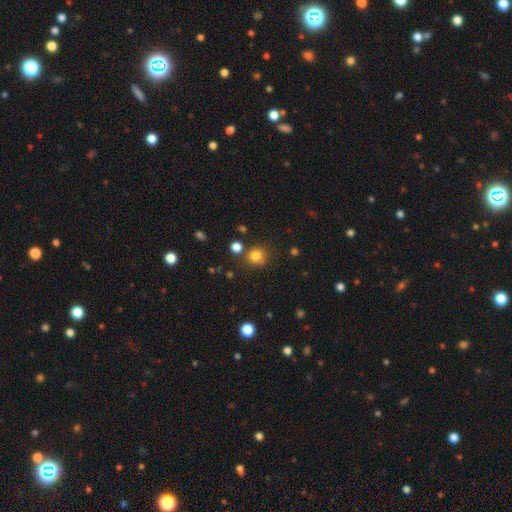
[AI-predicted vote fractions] Q: Smooth or featured?
A: smooth (79%); runner-up: star or artifact (15%)
Q: How rounded?
A: round (86%); runner-up: in between (13%)
Q: Merging?
A: none (74%); runner-up: minor disturbance (12%)